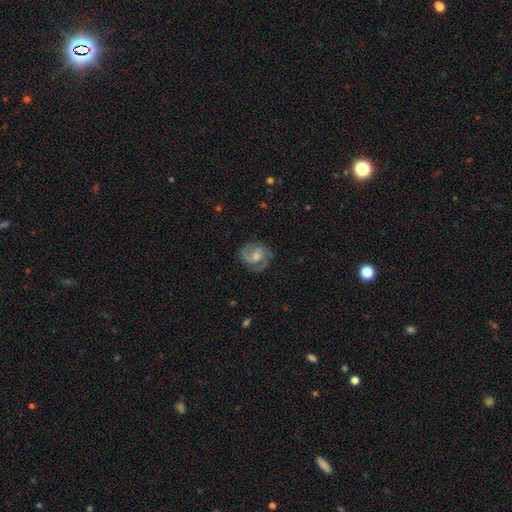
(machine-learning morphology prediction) type=featured or disk (68%); edge-on=no (98%); bar=no (57%); spiral arms=yes (93%); winding=medium (48%); arm count=2 (65%); bulge=moderate (53%); merging=none (74%).